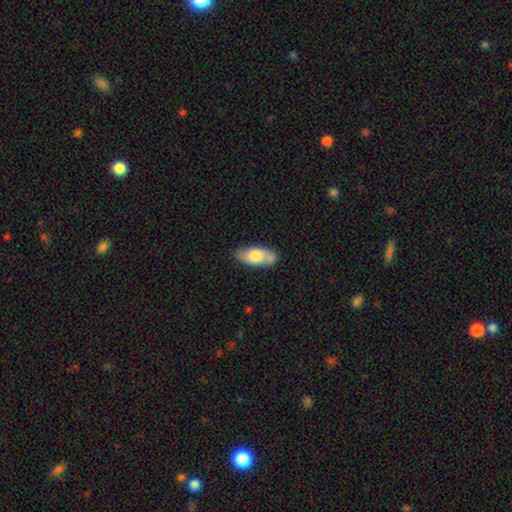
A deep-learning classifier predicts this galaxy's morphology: The model was most divided on "smooth or featured": smooth: 63%, featured or disk: 30%, star or artifact: 6%. More confident: how rounded — in between (85%); merging — none (79%).